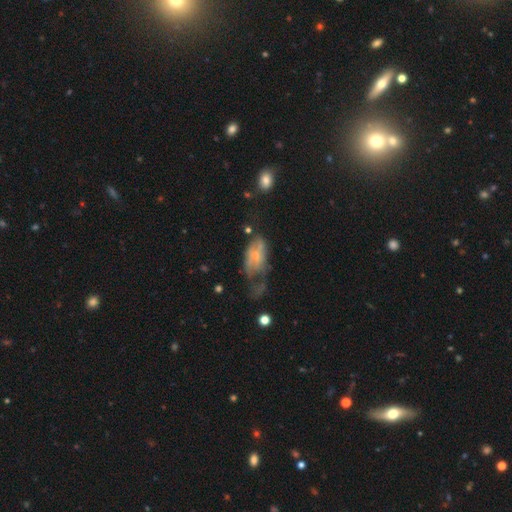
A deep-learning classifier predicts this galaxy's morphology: The model was most divided on "spiral arms": yes: 53%, no: 47%. Remaining: edge-on disk — no (92%); bulge size — small (65%); bar — no (65%); smooth or featured — featured or disk (55%); merging — major disturbance (46%).